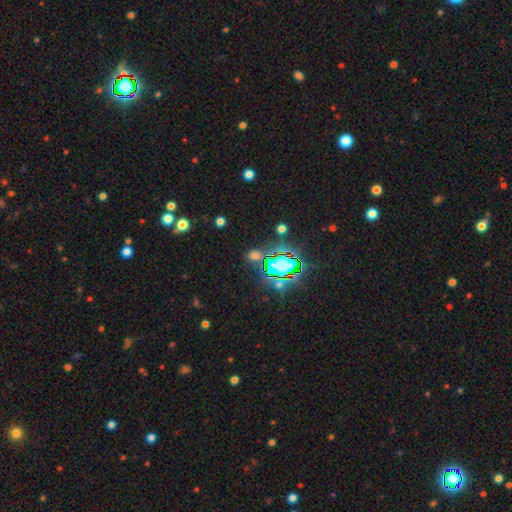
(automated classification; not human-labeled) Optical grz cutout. It shows a star or artifact, not a galaxy (54%).